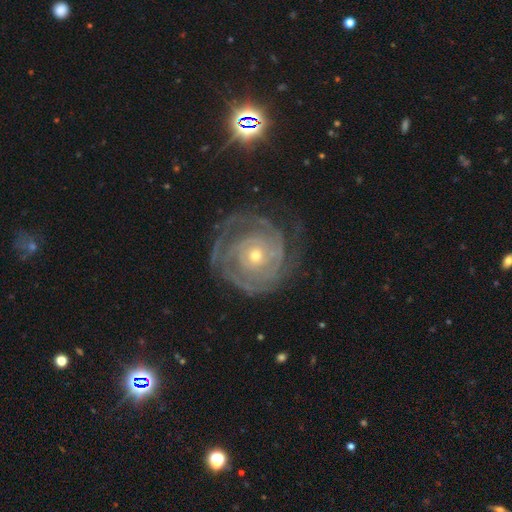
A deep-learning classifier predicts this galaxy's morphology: A featured or disk galaxy (87%) with no bar (79%), tight (81%) spiral arms (94%) and a small central bulge (59%).

Vote fractions:
- Smooth or featured? featured or disk: 87% / smooth: 8% / star or artifact: 5%
- Edge-on disk? no: 97% / yes: 3%
- Bar? no: 79% / weak: 16% / strong: 5%
- Spiral arms? yes: 94% / no: 6%
- Spiral winding? tight: 81% / medium: 15% / loose: 4%
- Spiral arm count? can't tell: 34% / 2: 22% / 3: 18% / 4: 11% / more than 4: 7% / 1: 7%
- Bulge size? small: 59% / moderate: 38% / large: 2% / none: 1% / dominant: 1%
- Merging? none: 66% / minor disturbance: 19% / major disturbance: 14% / merger: 2%